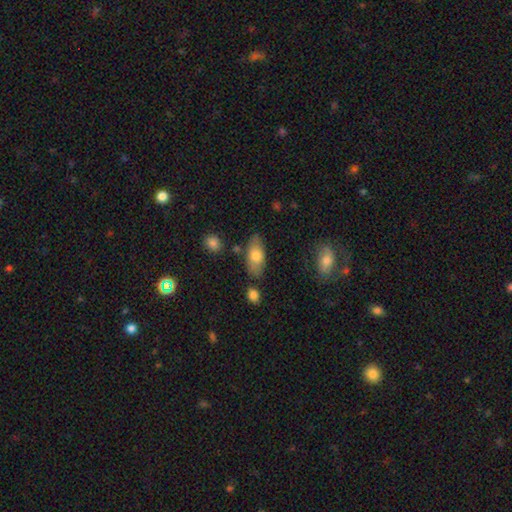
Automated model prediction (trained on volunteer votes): A smooth galaxy with no disk features (72%) that is in between round and cigar-shaped (88%). Merging: none (76%).